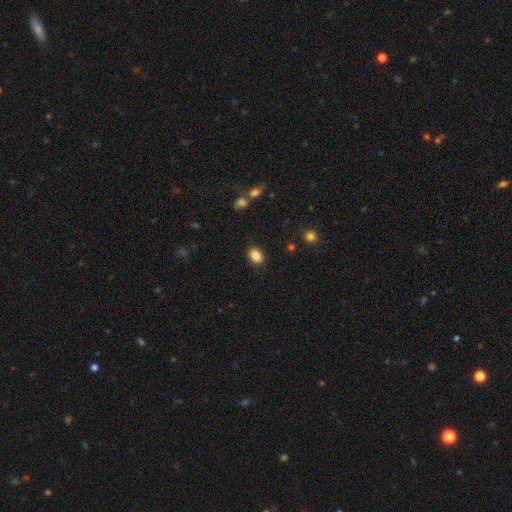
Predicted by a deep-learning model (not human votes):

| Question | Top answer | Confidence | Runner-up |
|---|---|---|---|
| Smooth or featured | smooth | 87% | star or artifact (9%) |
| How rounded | in between | 77% | round (22%) |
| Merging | none | 88% | minor disturbance (8%) |